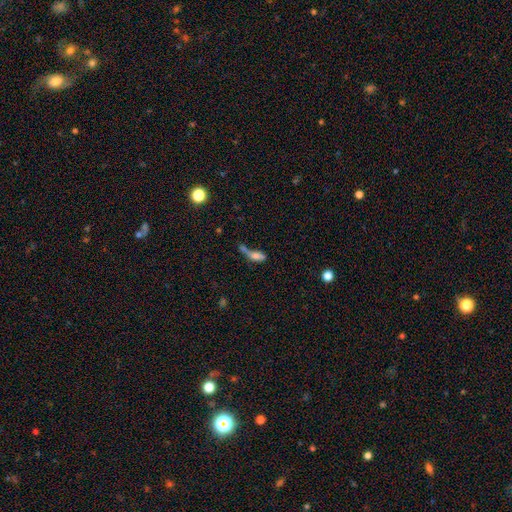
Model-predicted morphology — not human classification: Q: Smooth or featured?
A: smooth (65%); runner-up: featured or disk (24%)
Q: How rounded?
A: in between (64%); runner-up: cigar-shaped (31%)
Q: Merging?
A: merger (42%); runner-up: none (22%)